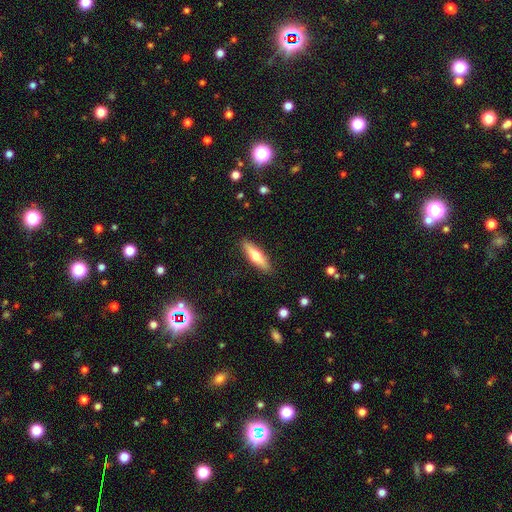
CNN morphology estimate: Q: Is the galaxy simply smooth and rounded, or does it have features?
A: smooth — 56%.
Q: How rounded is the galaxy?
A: cigar-shaped — 64%.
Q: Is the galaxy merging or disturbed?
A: none — 88%.